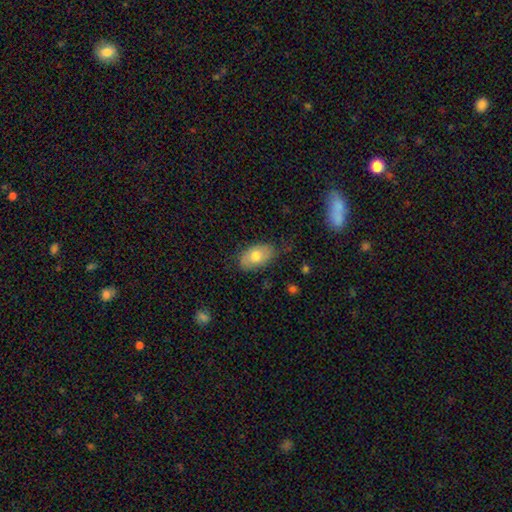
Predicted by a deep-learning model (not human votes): A smooth galaxy with no disk features (71%) that is in between round and cigar-shaped (91%). Merging: none (69%).